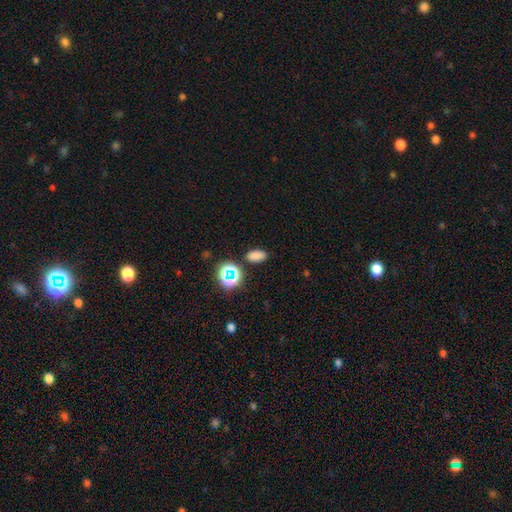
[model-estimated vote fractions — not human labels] The model was most divided on "smooth or featured": smooth: 76%, star or artifact: 19%, featured or disk: 5%. More confident: how rounded — in between (87%); merging — none (84%).